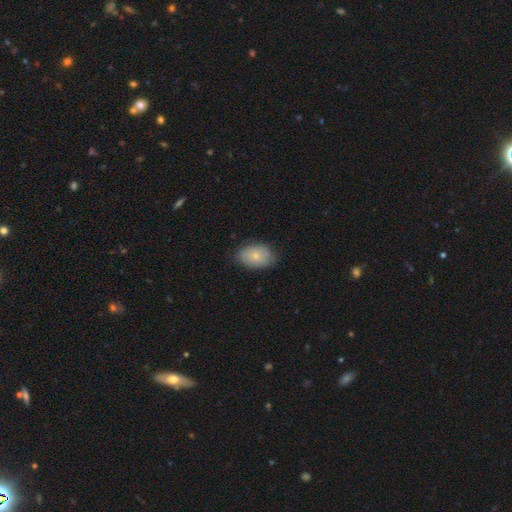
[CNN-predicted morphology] Q: Smooth or featured?
A: smooth (77%); runner-up: featured or disk (16%)
Q: How rounded?
A: in between (87%); runner-up: round (12%)
Q: Merging?
A: none (80%); runner-up: minor disturbance (16%)